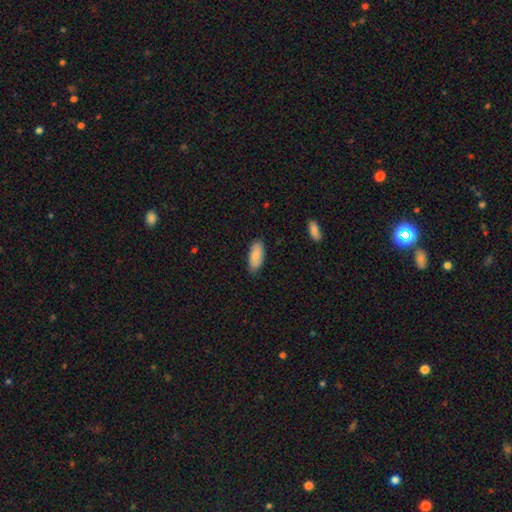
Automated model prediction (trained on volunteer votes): Morphology: type=smooth (85%); roundness=in between (85%); merging=none (86%).